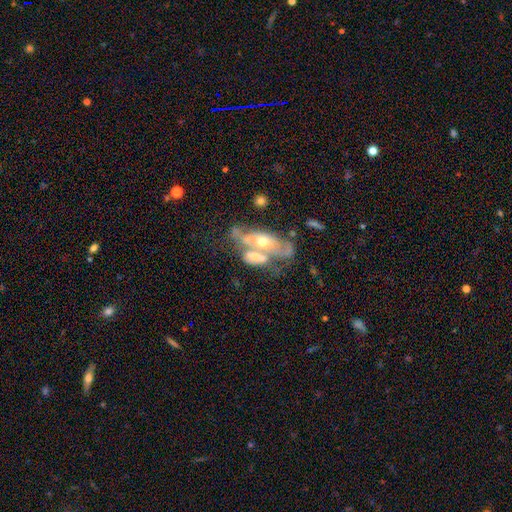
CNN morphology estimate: A featured or disk galaxy (68%) with no bar (74%), no spiral arms (59%) and a moderate central bulge (66%). Merging: merger (55%).